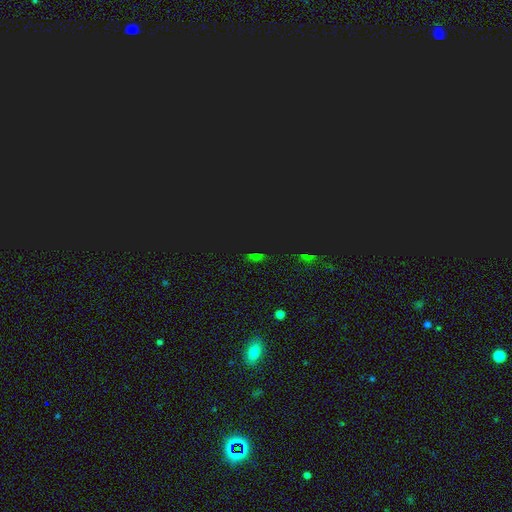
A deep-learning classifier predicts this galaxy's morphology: smooth_or_featured: star or artifact (p=0.61) [alt: smooth p=0.30]